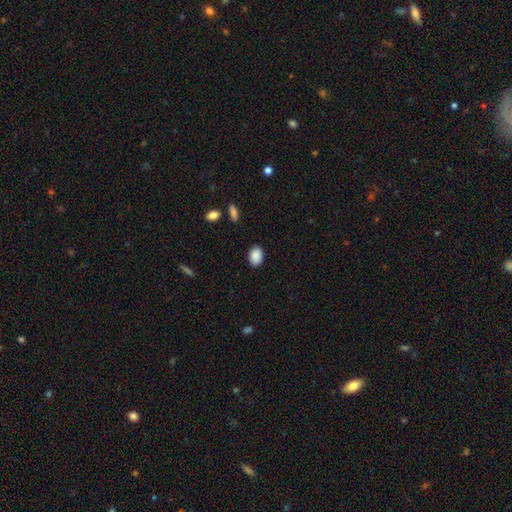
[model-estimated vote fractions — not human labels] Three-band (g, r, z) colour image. It shows a smooth galaxy with no disk features (89%) that is in between round and cigar-shaped (84%). Merging: none (87%).